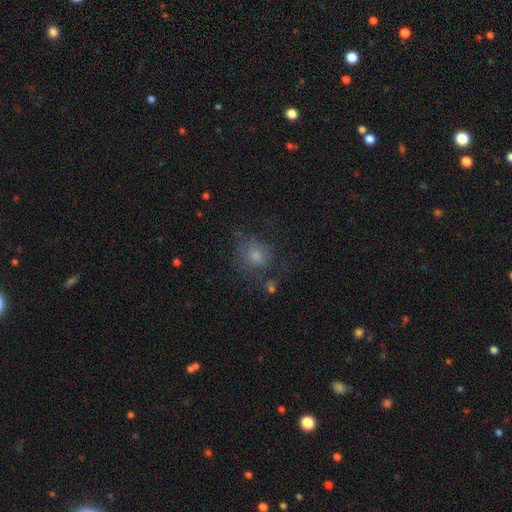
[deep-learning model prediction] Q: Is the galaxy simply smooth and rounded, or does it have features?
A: smooth — 69%.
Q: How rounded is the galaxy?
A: round — 77%.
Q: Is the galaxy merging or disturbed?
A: none — 55%.